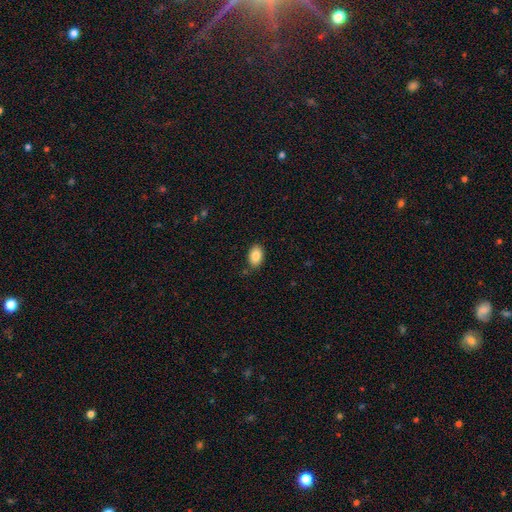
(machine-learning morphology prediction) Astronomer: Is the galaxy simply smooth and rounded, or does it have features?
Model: smooth — 87%.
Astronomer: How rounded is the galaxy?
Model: in between — 89%.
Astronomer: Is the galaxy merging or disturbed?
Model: none — 83%.